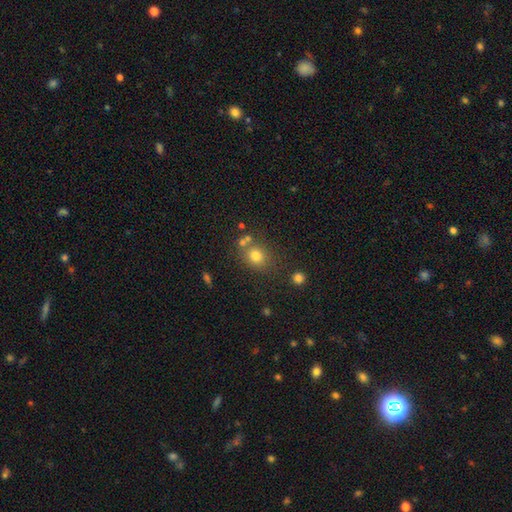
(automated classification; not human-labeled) Q: Smooth or featured?
A: smooth (74%); runner-up: star or artifact (15%)
Q: How rounded?
A: round (71%); runner-up: in between (28%)
Q: Merging?
A: none (66%); runner-up: merger (17%)